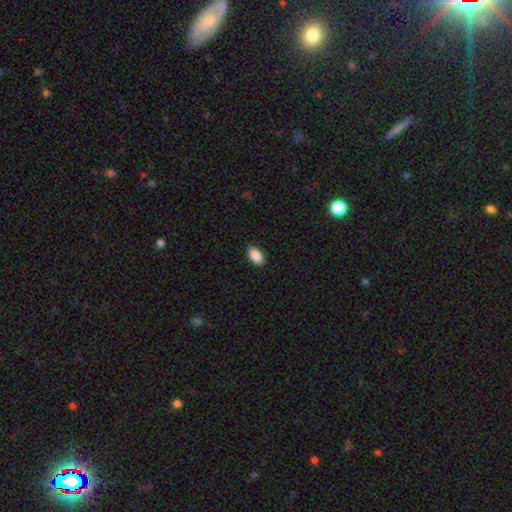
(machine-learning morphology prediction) This appears to be a smooth galaxy with no disk features (88%) that is in between round and cigar-shaped (93%). Merging: none (86%).